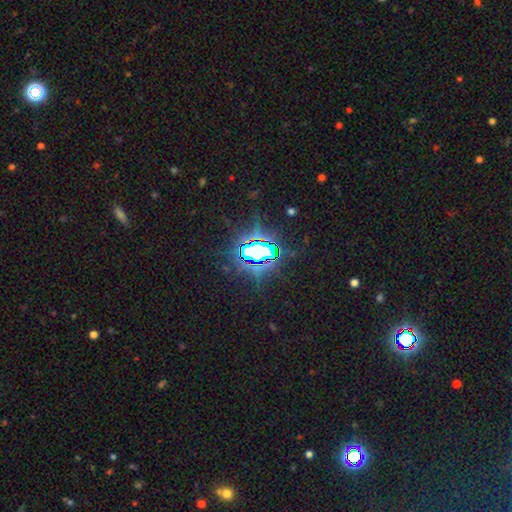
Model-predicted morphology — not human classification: type=star or artifact (82%).